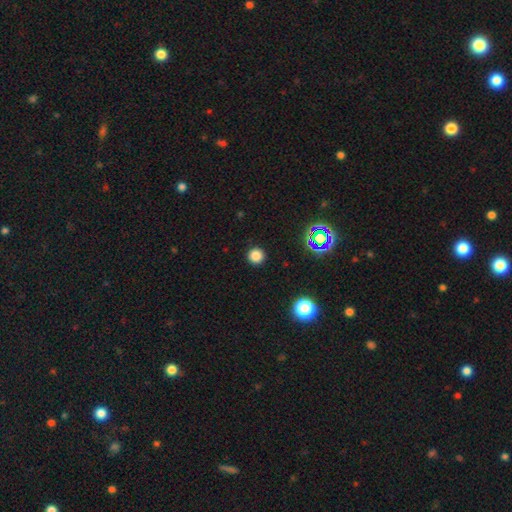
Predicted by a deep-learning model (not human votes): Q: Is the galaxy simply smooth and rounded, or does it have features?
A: smooth — 80%.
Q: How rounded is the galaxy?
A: round — 95%.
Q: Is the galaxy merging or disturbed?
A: none — 92%.